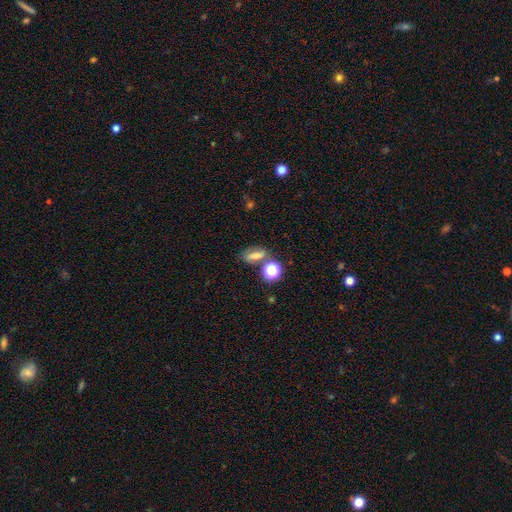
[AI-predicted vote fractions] A smooth galaxy with no disk features (63%) that is in between round and cigar-shaped (67%). Merging: none (59%).